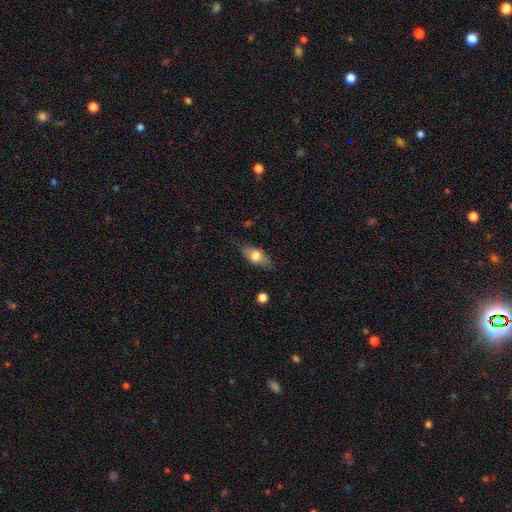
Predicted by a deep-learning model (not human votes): The model was most divided on "smooth or featured": smooth: 65%, featured or disk: 28%, star or artifact: 7%. More confident: how rounded — in between (81%); merging — none (70%).